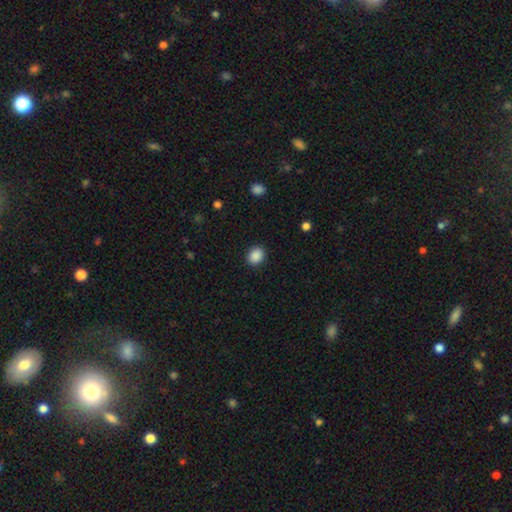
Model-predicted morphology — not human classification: type=smooth (89%); roundness=round (63%); merging=none (90%).